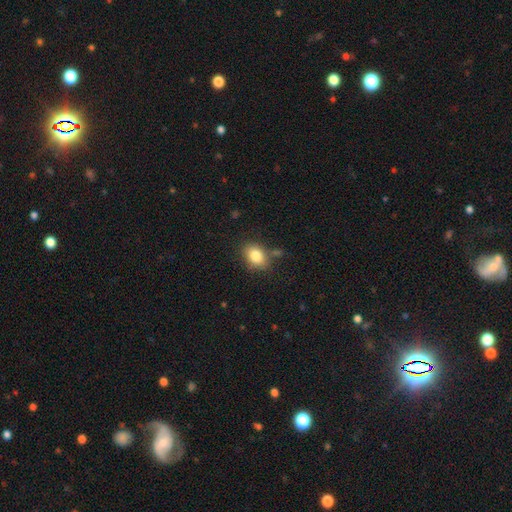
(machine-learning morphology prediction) A smooth galaxy with no disk features (83%) that is in between round and cigar-shaped (68%). Merging: none (74%).